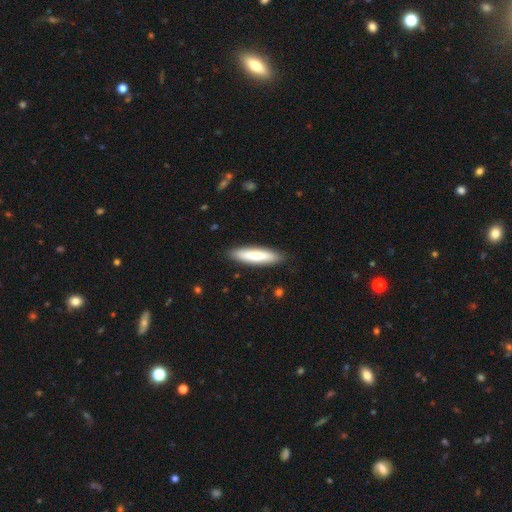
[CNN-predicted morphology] smooth_or_featured: smooth (p=0.72) [alt: featured or disk p=0.23]
how_rounded: cigar-shaped (p=0.73) [alt: in between p=0.25]
merging: none (p=0.89) [alt: minor disturbance p=0.08]